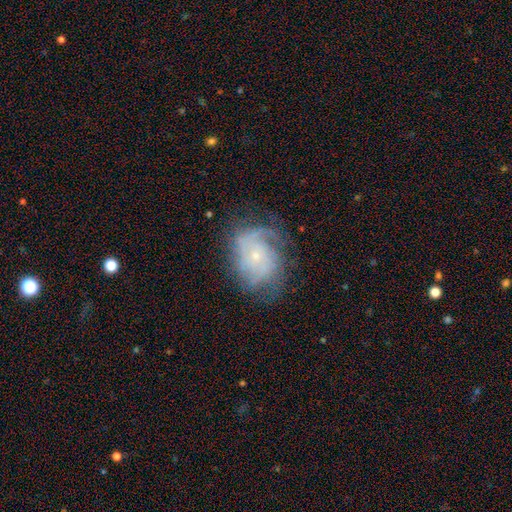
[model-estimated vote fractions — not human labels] Smooth or featured: featured or disk — 76% (smooth — 16%)
Edge-on disk: no — 97% (yes — 3%)
Bar: no — 77% (weak — 20%)
Spiral arms: yes — 92% (no — 8%)
Spiral winding: tight — 49% (medium — 36%)
Spiral arm count: can't tell — 37% (2 — 22%)
Bulge size: small — 77% (moderate — 18%)
Merging: none — 62% (minor disturbance — 22%)